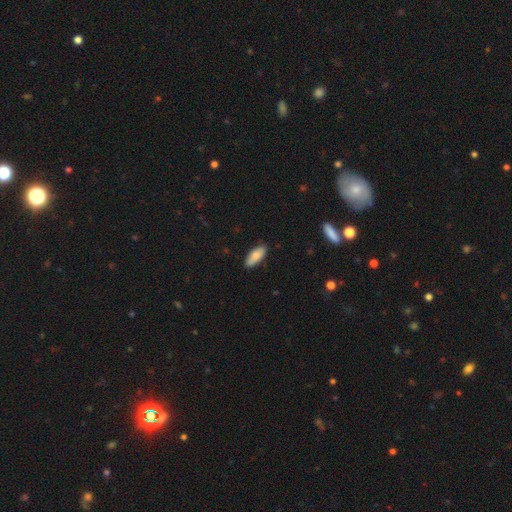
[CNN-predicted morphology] A smooth galaxy with no disk features (83%) that is in between round and cigar-shaped (81%).

Vote fractions:
- Smooth or featured? smooth: 83% / featured or disk: 11% / star or artifact: 6%
- How rounded? in between: 81% / cigar-shaped: 17% / round: 2%
- Merging? none: 84% / minor disturbance: 13% / major disturbance: 2% / merger: 1%